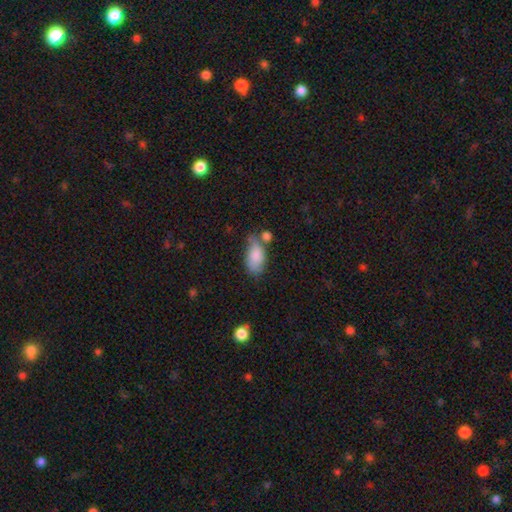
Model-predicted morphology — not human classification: A smooth galaxy with no disk features (79%) that is in between round and cigar-shaped (92%).

Vote fractions:
- Smooth or featured? smooth: 79% / featured or disk: 14% / star or artifact: 8%
- How rounded? in between: 92% / round: 4% / cigar-shaped: 4%
- Merging? none: 39% / minor disturbance: 29% / merger: 20% / major disturbance: 12%